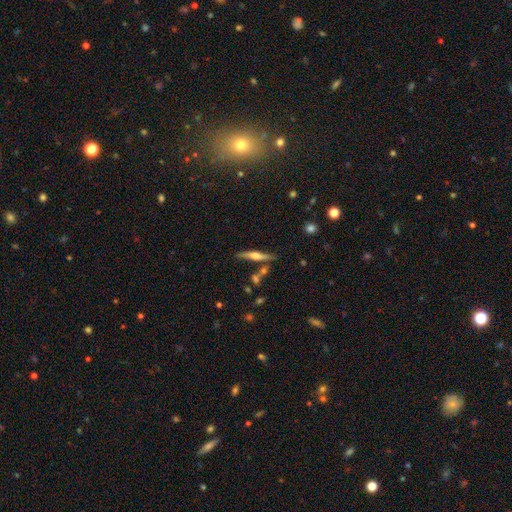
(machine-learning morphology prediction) Smooth or featured? featured or disk (61%)
Edge-on disk? yes (96%)
Edge-on bulge? rounded (84%)
Merging? none (77%)